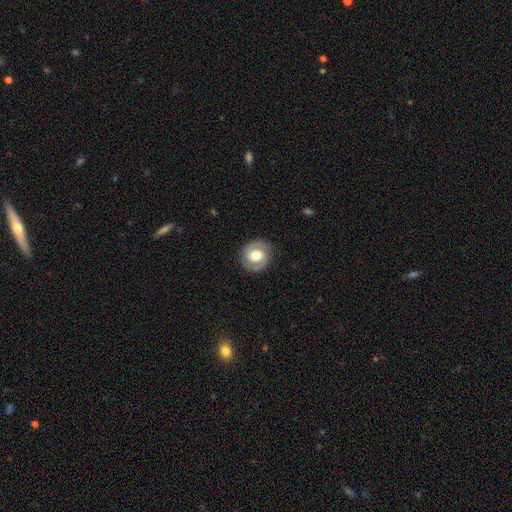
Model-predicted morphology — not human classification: featured or disk 72%, smooth 23%, star or artifact 6%. Down the decision tree: edge-on disk — no (97%); bar — no (52%); spiral arms — yes (86%); spiral arm count — 2 (89%); spiral winding — tight (52%); bulge size — moderate (59%); merging — none (87%).